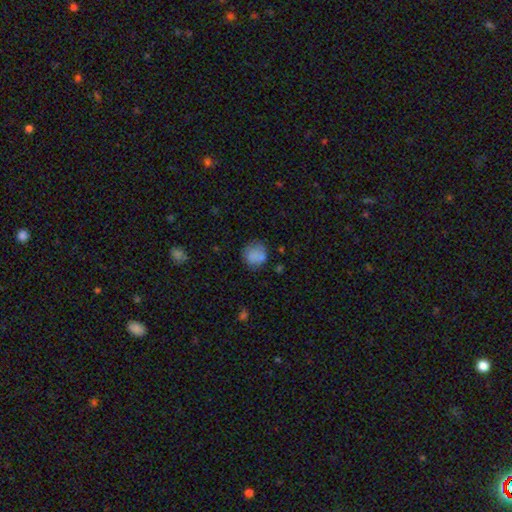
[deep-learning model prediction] Smooth or featured: smooth — 78% (featured or disk — 12%)
How rounded: round — 86% (in between — 13%)
Merging: none — 68% (minor disturbance — 19%)